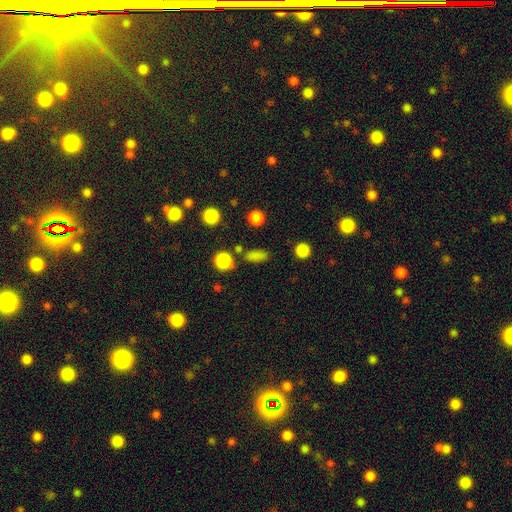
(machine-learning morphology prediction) Q: Smooth or featured?
A: smooth (81%); runner-up: star or artifact (13%)
Q: How rounded?
A: in between (68%); runner-up: round (20%)
Q: Merging?
A: none (78%); runner-up: minor disturbance (12%)